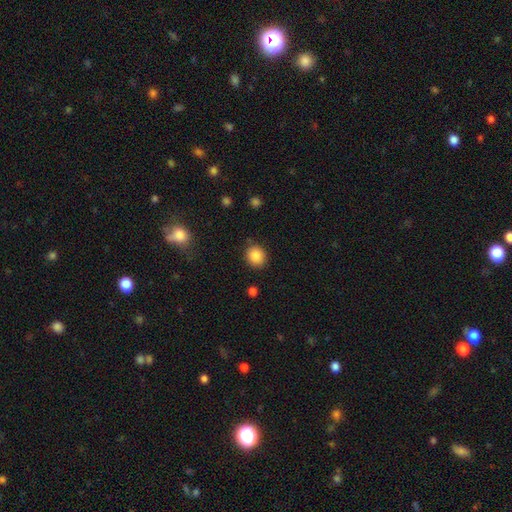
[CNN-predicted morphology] This is clearly a smooth galaxy (86%). How rounded: likely round (77%). Merging: clearly none (85%).